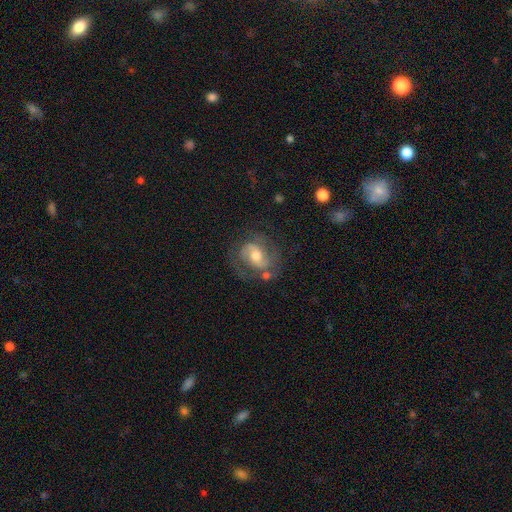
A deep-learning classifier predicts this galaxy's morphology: The model was most divided on "bar": weak: 45%, no: 39%, strong: 16%. More confident: edge-on disk — no (97%); spiral arms — yes (89%); spiral arm count — 2 (78%); smooth or featured — featured or disk (73%); bulge size — moderate (67%); merging — none (61%); spiral winding — medium (51%).